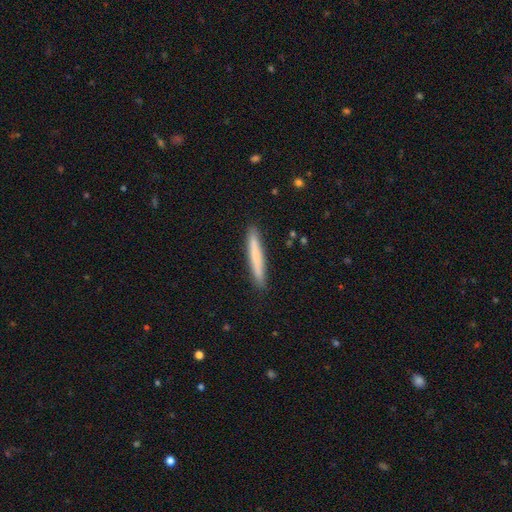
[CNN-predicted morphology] smooth_or_featured: smooth (p=0.73) [alt: featured or disk p=0.21]
how_rounded: cigar-shaped (p=0.96) [alt: in between p=0.03]
merging: none (p=0.90) [alt: minor disturbance p=0.07]